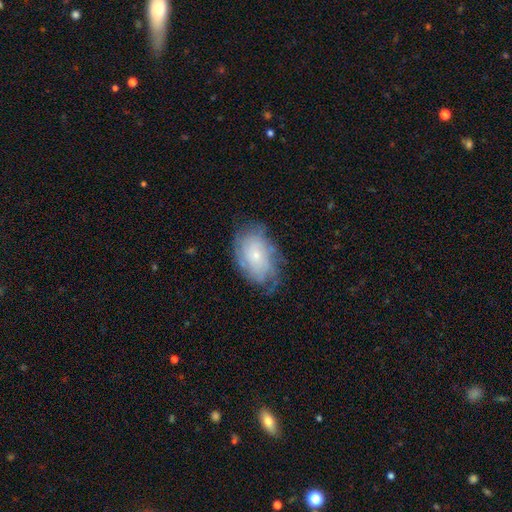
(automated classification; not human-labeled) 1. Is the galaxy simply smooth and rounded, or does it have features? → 64% featured or disk, 27% smooth, 8% star or artifact.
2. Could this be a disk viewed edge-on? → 95% no, 5% yes.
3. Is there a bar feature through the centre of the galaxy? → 83% no, 14% weak, 2% strong.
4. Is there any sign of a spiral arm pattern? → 84% yes, 16% no.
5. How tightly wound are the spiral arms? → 65% tight, 25% medium, 10% loose.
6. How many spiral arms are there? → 56% can't tell, 12% 4, 10% 2, 9% 3, 8% more than 4, 5% 1.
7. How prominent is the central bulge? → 78% small, 17% moderate, 2% none, 2% large, 1% dominant.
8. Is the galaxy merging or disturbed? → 66% none, 22% minor disturbance, 10% major disturbance, 1% merger.